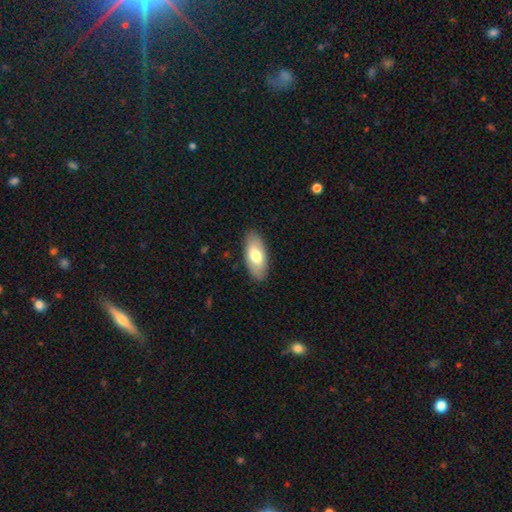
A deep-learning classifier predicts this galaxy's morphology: A smooth galaxy with no disk features (71%) that is in between round and cigar-shaped (89%). Merging: none (87%).